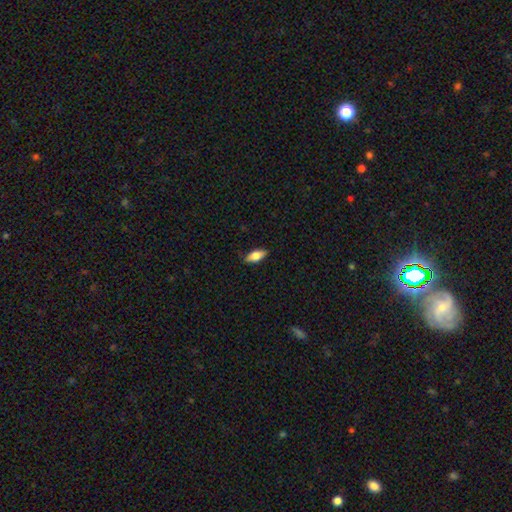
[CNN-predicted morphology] Q: Smooth or featured?
A: smooth (68%); runner-up: featured or disk (25%)
Q: How rounded?
A: in between (80%); runner-up: cigar-shaped (17%)
Q: Merging?
A: none (85%); runner-up: minor disturbance (12%)